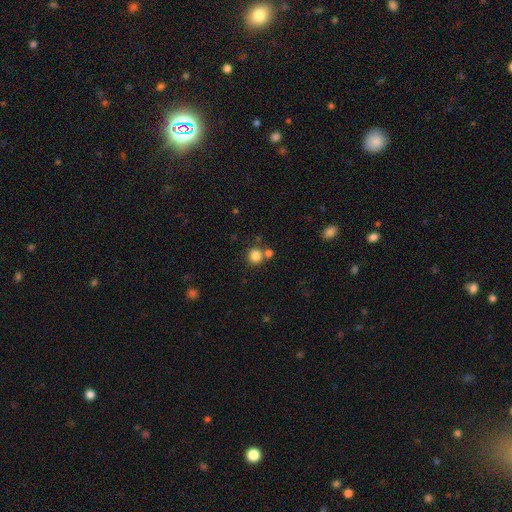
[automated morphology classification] type=smooth (83%); roundness=round (91%); merging=none (70%).